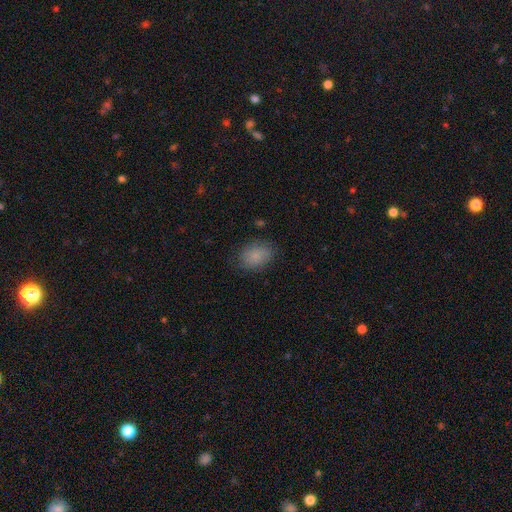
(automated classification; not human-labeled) Overall: smooth (84%). How rounded: in between (71%). Merging: none (79%).